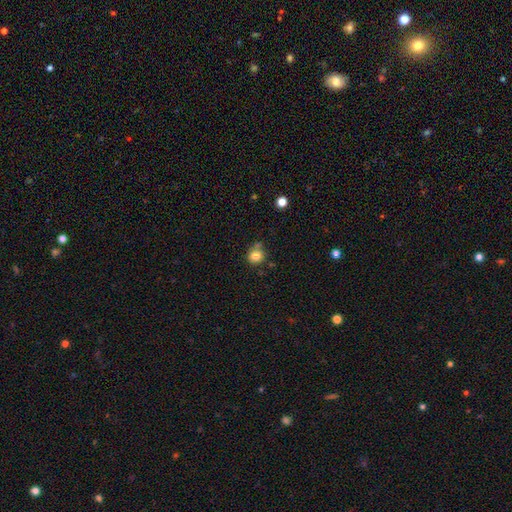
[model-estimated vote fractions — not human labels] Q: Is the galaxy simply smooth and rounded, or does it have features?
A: smooth — 82%.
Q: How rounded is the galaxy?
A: round — 86%.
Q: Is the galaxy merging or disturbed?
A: none — 67%.